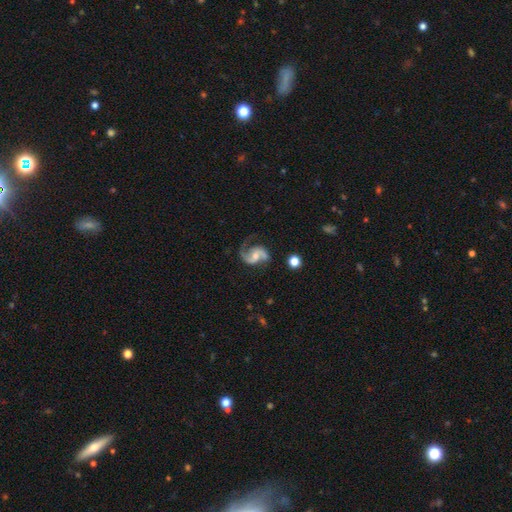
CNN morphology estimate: A featured or disk galaxy (90%) with no bar (46%), 2 (90%) medium (52%) spiral arms (98%) and a moderate central bulge (49%).

Vote fractions:
- Smooth or featured? featured or disk: 90% / smooth: 5% / star or artifact: 5%
- Edge-on disk? no: 98% / yes: 2%
- Bar? no: 46% / weak: 40% / strong: 14%
- Spiral arms? yes: 98% / no: 2%
- Spiral winding? medium: 52% / loose: 36% / tight: 12%
- Spiral arm count? 2: 90% / 1: 5% / can't tell: 2% / 3: 1% / 4: 1% / more than 4: 1%
- Bulge size? moderate: 49% / small: 41% / none: 5% / large: 3% / dominant: 1%
- Merging? none: 70% / minor disturbance: 17% / major disturbance: 10% / merger: 3%